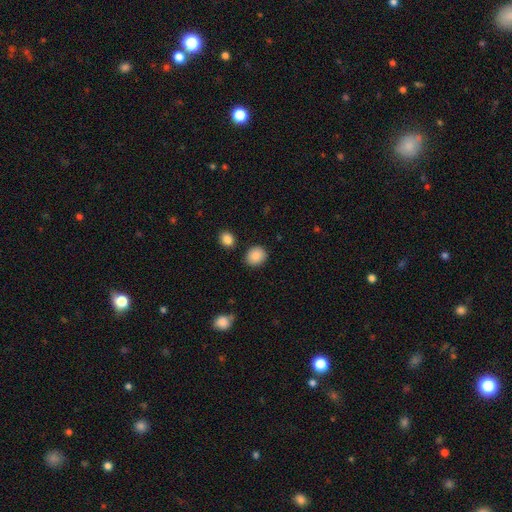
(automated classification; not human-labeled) A smooth galaxy with no disk features (88%) that is round (71%).

Vote fractions:
- Smooth or featured? smooth: 88% / star or artifact: 8% / featured or disk: 4%
- How rounded? round: 71% / in between: 28% / cigar-shaped: 1%
- Merging? none: 86% / minor disturbance: 8% / merger: 3% / major disturbance: 2%